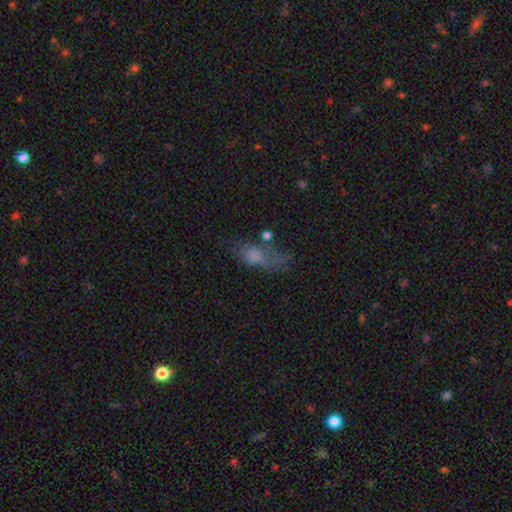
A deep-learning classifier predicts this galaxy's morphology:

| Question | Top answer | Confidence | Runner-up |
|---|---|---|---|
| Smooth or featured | smooth | 62% | featured or disk (23%) |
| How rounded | in between | 67% | cigar-shaped (25%) |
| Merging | none | 44% | minor disturbance (27%) |